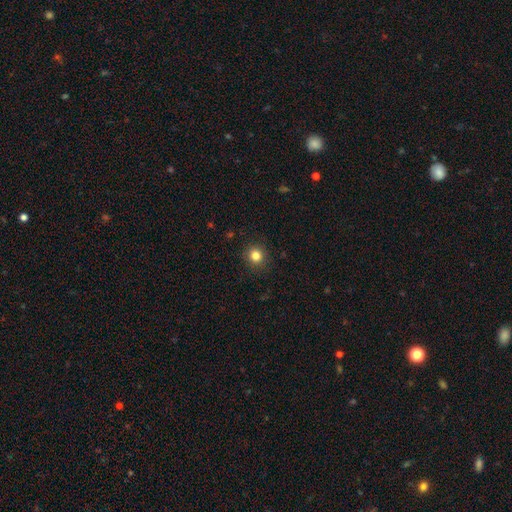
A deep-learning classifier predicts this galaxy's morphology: smooth_or_featured: smooth (p=0.83) [alt: star or artifact p=0.12]
how_rounded: round (p=0.89) [alt: in between p=0.10]
merging: none (p=0.90) [alt: minor disturbance p=0.06]